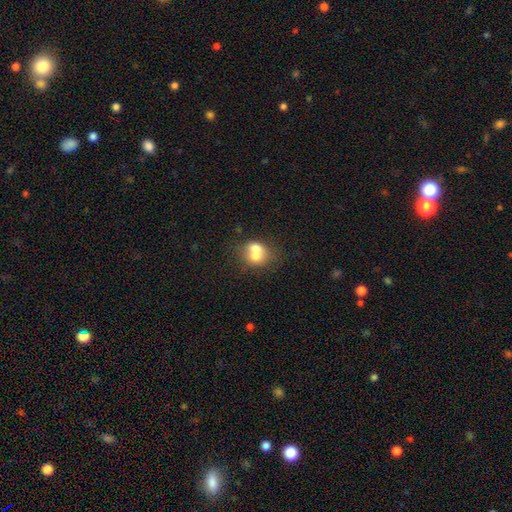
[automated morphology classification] This appears to be a smooth galaxy with no disk features (65%) that is round (64%). Merging: merger (64%).